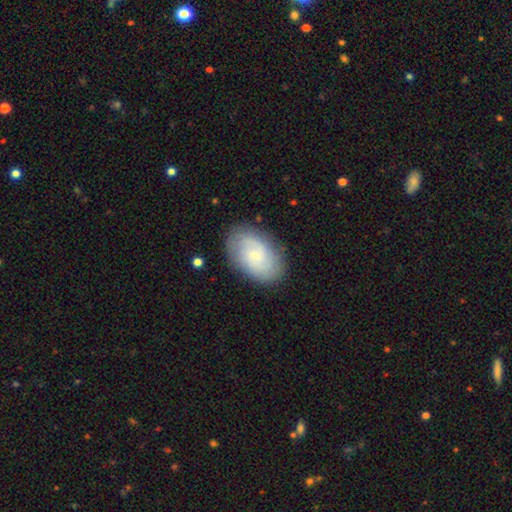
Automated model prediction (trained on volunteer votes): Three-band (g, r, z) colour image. It shows a featured or disk galaxy (56%) with no bar (67%), spiral arms (81%) and a small central bulge (77%). Merging: none (83%).